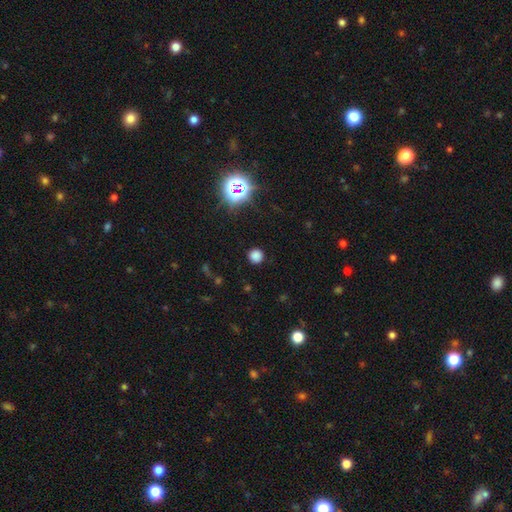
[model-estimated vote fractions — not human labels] Q: Smooth or featured?
A: smooth (75%); runner-up: star or artifact (20%)
Q: How rounded?
A: round (93%); runner-up: in between (6%)
Q: Merging?
A: none (89%); runner-up: minor disturbance (7%)